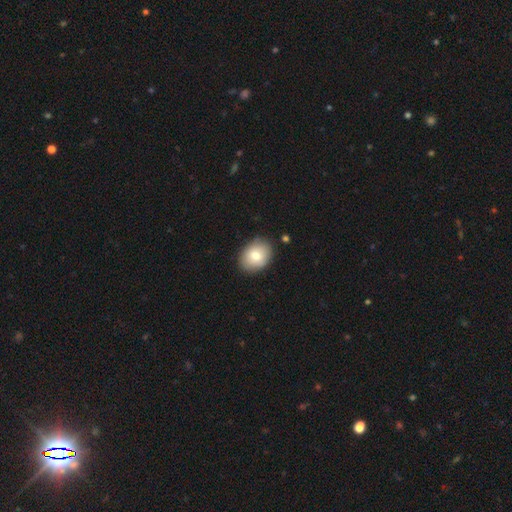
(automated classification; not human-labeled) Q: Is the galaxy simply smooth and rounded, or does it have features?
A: smooth — 79%.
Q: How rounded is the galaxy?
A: in between — 62%.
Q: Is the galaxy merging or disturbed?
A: none — 85%.